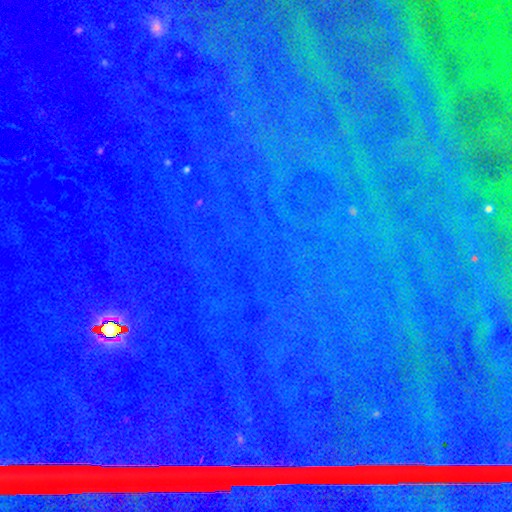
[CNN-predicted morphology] The model was most divided on "smooth or featured": star or artifact: 85%, smooth: 8%, featured or disk: 7%.